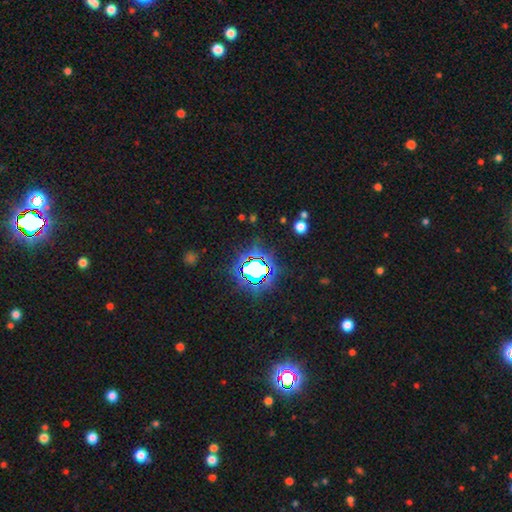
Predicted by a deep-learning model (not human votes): star or artifact 82%, smooth 10%, featured or disk 7%.